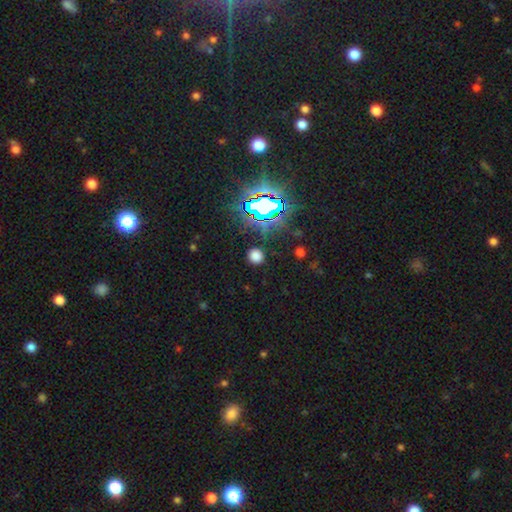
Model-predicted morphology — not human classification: A smooth galaxy with no disk features (67%) that is round (87%).

Vote fractions:
- Smooth or featured? smooth: 67% / star or artifact: 27% / featured or disk: 6%
- How rounded? round: 87% / in between: 12% / cigar-shaped: 1%
- Merging? none: 88% / minor disturbance: 7% / major disturbance: 3% / merger: 2%